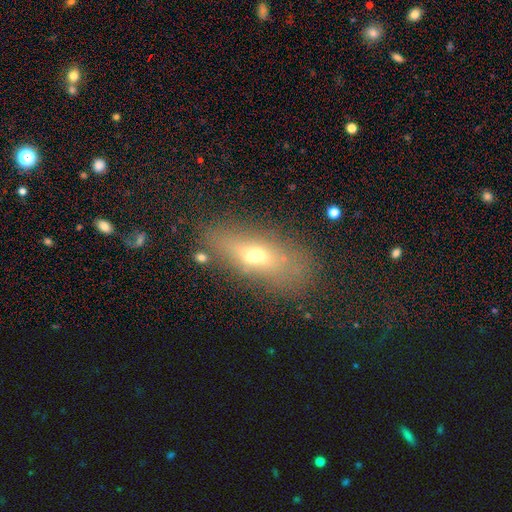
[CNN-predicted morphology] smooth-or-featured: smooth: 53% | featured or disk: 32% | star or artifact: 15%
  how-rounded: in between: 67% | cigar-shaped: 27% | round: 6%
  merging: none: 71% | minor disturbance: 16% | major disturbance: 8% | merger: 5%